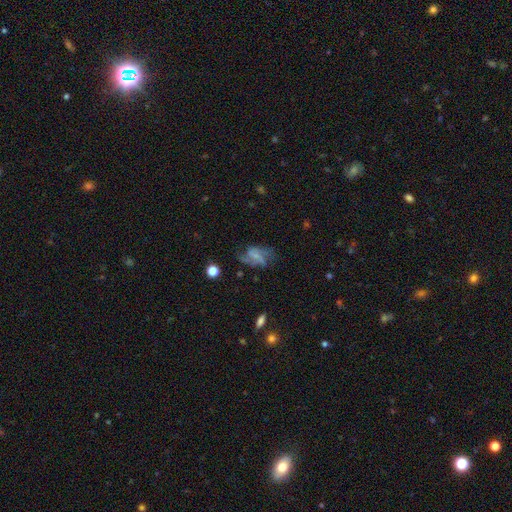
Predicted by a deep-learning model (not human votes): Smooth or featured? featured or disk (67%)
Edge-on disk? no (97%)
Bar? no (48%)
Spiral arms? yes (85%)
Spiral winding? loose (48%)
Spiral arm count? 2 (67%)
Bulge size? small (59%)
Merging? none (50%)